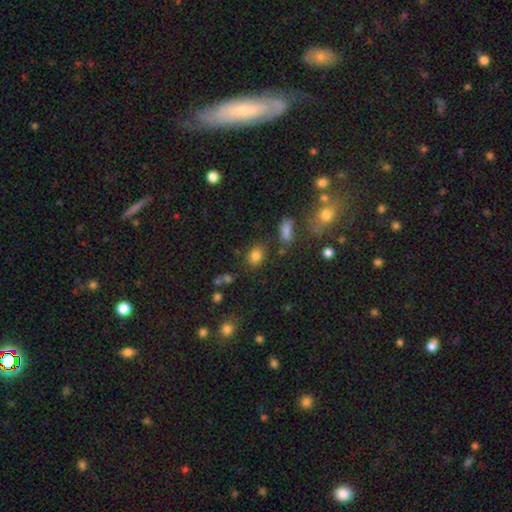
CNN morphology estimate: smooth_or_featured: smooth (p=0.81) [alt: star or artifact p=0.12]
how_rounded: in between (p=0.54) [alt: round p=0.45]
merging: none (p=0.78) [alt: minor disturbance p=0.12]